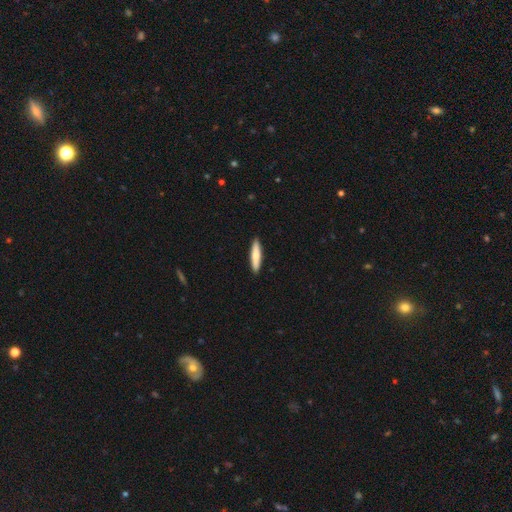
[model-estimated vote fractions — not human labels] This is likely a smooth galaxy (69%). How rounded: clearly cigar-shaped (86%). Merging: clearly none (91%).